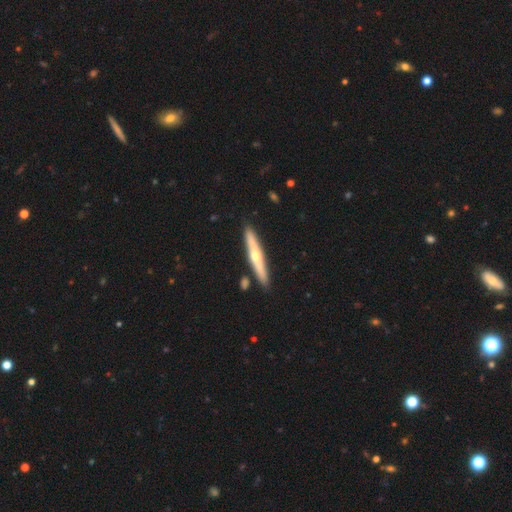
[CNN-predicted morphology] Q: Smooth or featured?
A: featured or disk (58%); runner-up: smooth (37%)
Q: Edge-on disk?
A: yes (94%); runner-up: no (6%)
Q: Edge-on bulge?
A: rounded (87%); runner-up: none (11%)
Q: Merging?
A: none (88%); runner-up: minor disturbance (8%)